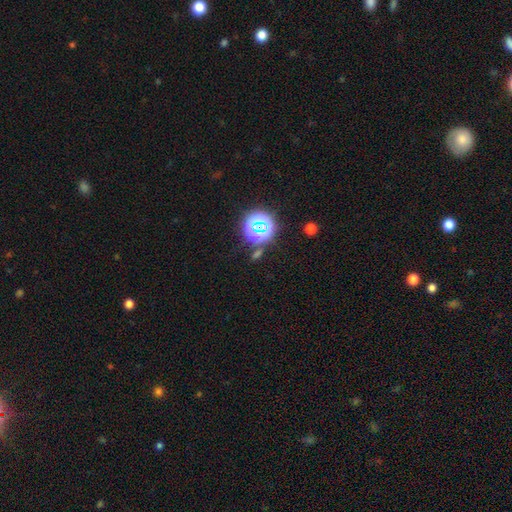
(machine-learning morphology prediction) The model was most divided on "smooth or featured": star or artifact: 71%, smooth: 21%, featured or disk: 8%.